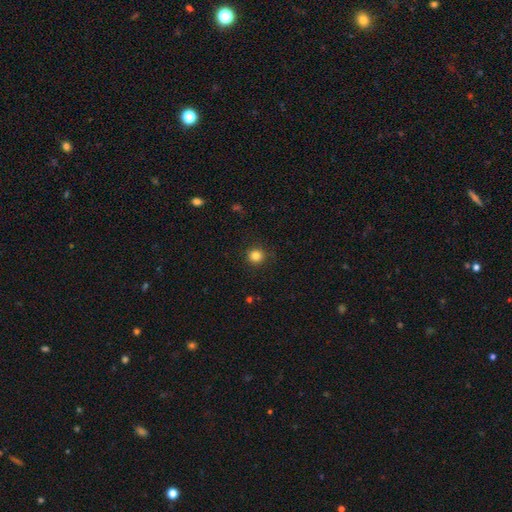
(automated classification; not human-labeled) Q: Smooth or featured?
A: smooth (84%); runner-up: star or artifact (12%)
Q: How rounded?
A: round (94%); runner-up: in between (5%)
Q: Merging?
A: none (90%); runner-up: minor disturbance (7%)